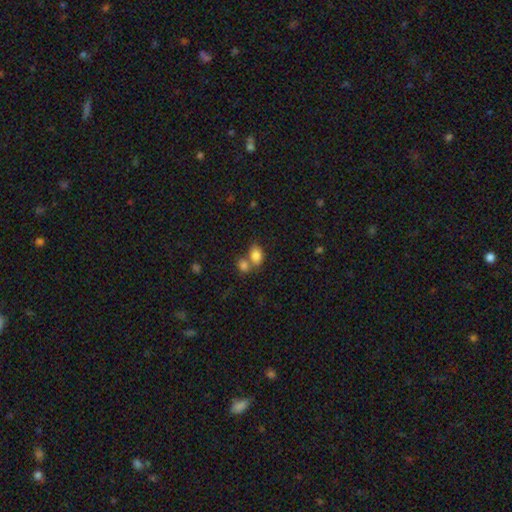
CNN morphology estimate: Smooth or featured?
  - smooth: 82% *
  - star or artifact: 10%
  - featured or disk: 9%
How rounded?
  - in between: 74% *
  - round: 25%
  - cigar-shaped: 1%
Merging?
  - merger: 48% *
  - none: 37%
  - minor disturbance: 10%
  - major disturbance: 4%